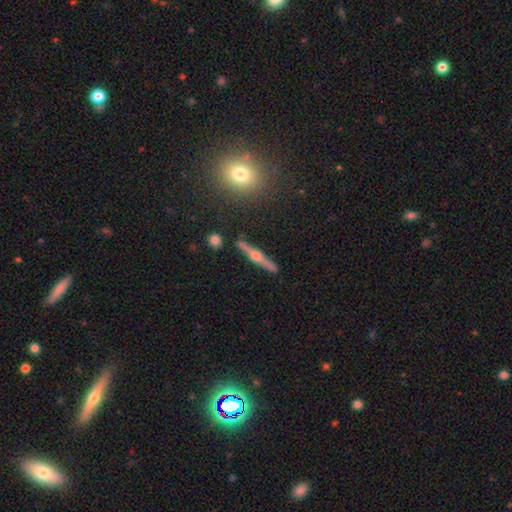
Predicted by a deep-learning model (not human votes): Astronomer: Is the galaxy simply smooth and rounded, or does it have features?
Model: featured or disk — 74%.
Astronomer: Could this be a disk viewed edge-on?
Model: yes — 97%.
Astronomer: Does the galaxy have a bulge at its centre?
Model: rounded — 93%.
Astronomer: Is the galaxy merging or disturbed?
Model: none — 88%.